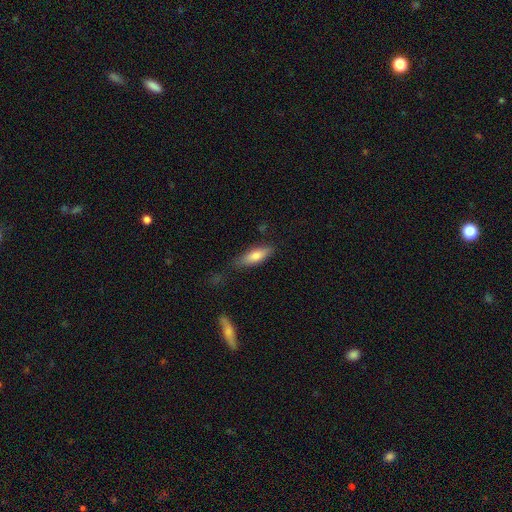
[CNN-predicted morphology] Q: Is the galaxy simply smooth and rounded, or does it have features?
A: smooth — 73%.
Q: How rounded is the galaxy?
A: in between — 55%.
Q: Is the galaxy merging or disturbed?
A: none — 71%.